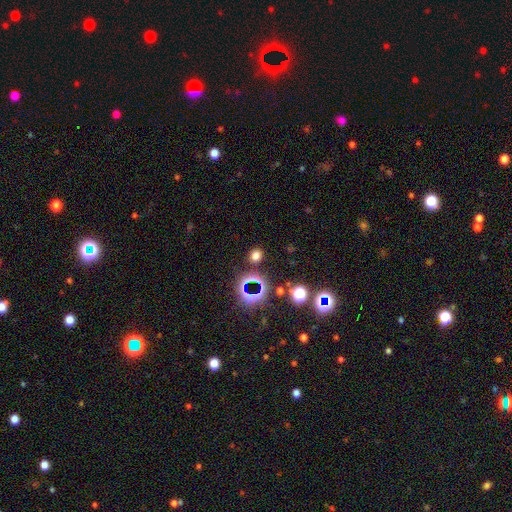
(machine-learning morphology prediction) Q: Smooth or featured?
A: smooth (67%); runner-up: star or artifact (25%)
Q: How rounded?
A: round (76%); runner-up: in between (22%)
Q: Merging?
A: none (78%); runner-up: minor disturbance (8%)